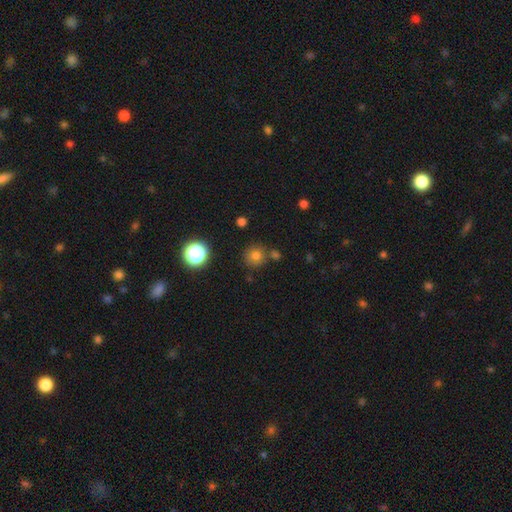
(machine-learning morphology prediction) Smooth or featured?
  - smooth: 75% *
  - star or artifact: 17%
  - featured or disk: 8%
How rounded?
  - round: 93% *
  - in between: 6%
  - cigar-shaped: 1%
Merging?
  - none: 76% *
  - merger: 11%
  - minor disturbance: 10%
  - major disturbance: 3%